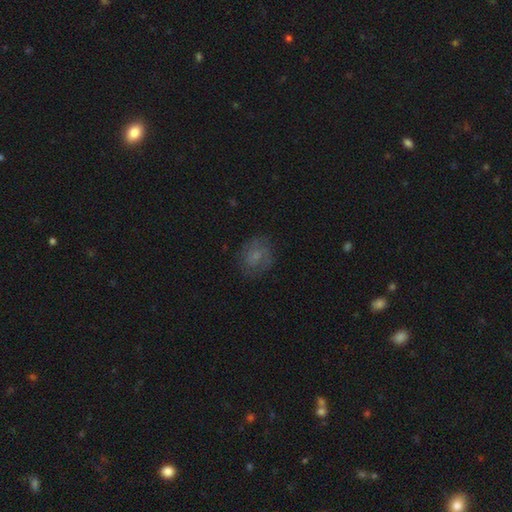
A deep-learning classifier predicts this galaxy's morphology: Smooth or featured?
  - smooth: 49% *
  - featured or disk: 38%
  - star or artifact: 13%
Merging?
  - none: 73% *
  - minor disturbance: 17%
  - major disturbance: 9%
  - merger: 1%